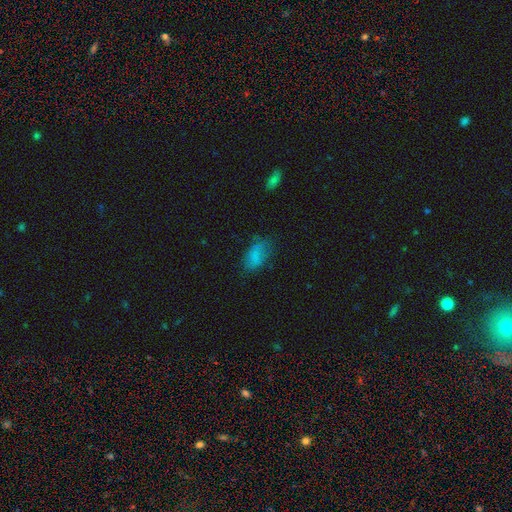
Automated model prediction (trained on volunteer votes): smooth_or_featured: smooth (p=0.75) [alt: featured or disk p=0.14]
how_rounded: in between (p=0.91) [alt: round p=0.05]
merging: none (p=0.61) [alt: minor disturbance p=0.26]